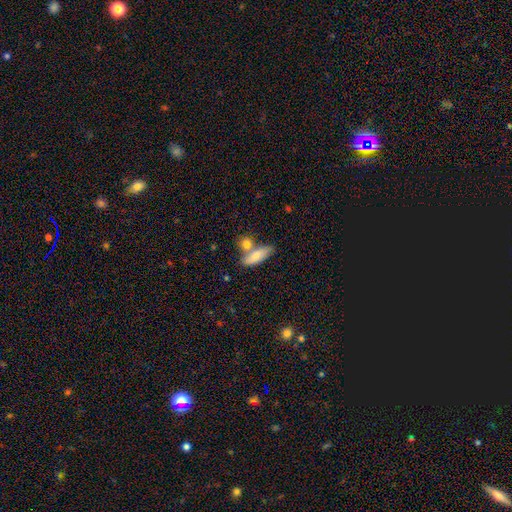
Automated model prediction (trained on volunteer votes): Smooth or featured? Predicted: smooth (p=0.77). How rounded? Predicted: in between (p=0.59). Merging? Predicted: none (p=0.52).